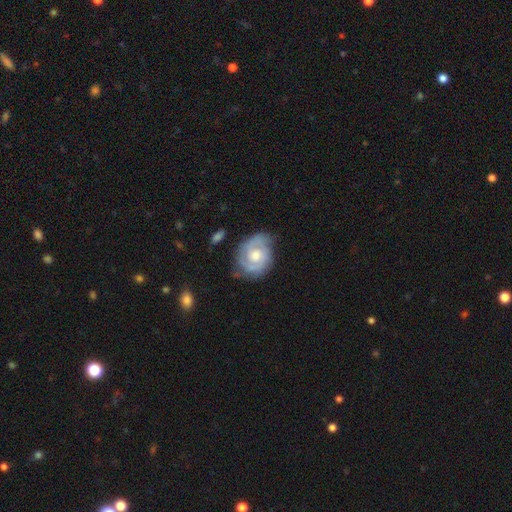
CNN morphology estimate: Q: Smooth or featured?
A: featured or disk (78%); runner-up: smooth (17%)
Q: Edge-on disk?
A: no (97%); runner-up: yes (3%)
Q: Bar?
A: no (71%); runner-up: weak (25%)
Q: Spiral arms?
A: yes (89%); runner-up: no (11%)
Q: Spiral winding?
A: tight (61%); runner-up: medium (30%)
Q: Spiral arm count?
A: 2 (58%); runner-up: can't tell (22%)
Q: Bulge size?
A: moderate (65%); runner-up: small (20%)
Q: Merging?
A: none (65%); runner-up: minor disturbance (24%)